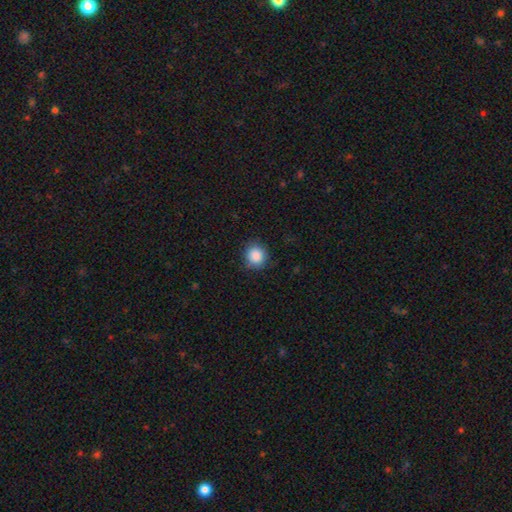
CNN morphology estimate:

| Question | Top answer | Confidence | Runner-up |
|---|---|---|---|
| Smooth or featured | smooth | 88% | star or artifact (9%) |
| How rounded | round | 89% | in between (10%) |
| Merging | none | 86% | minor disturbance (10%) |